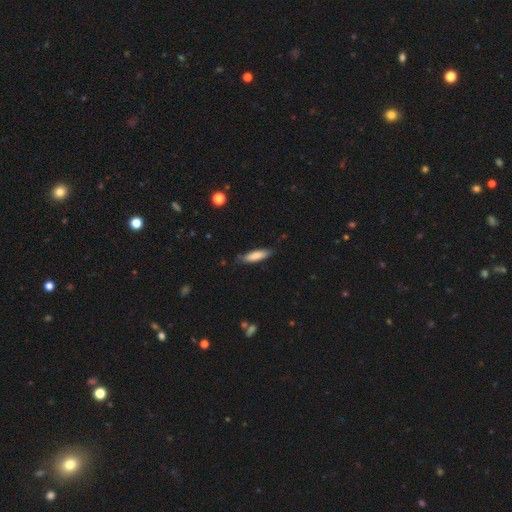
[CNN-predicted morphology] Smooth or featured: smooth — 81% (featured or disk — 14%)
How rounded: cigar-shaped — 60% (in between — 39%)
Merging: none — 79% (minor disturbance — 16%)